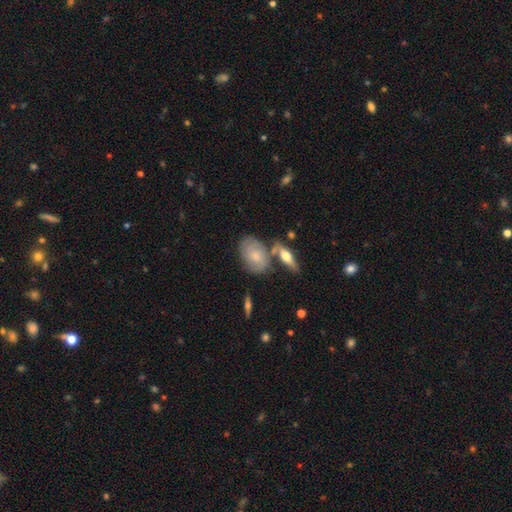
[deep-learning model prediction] A smooth galaxy with no disk features (55%) that is in between round and cigar-shaped (82%). Merging: none (59%).